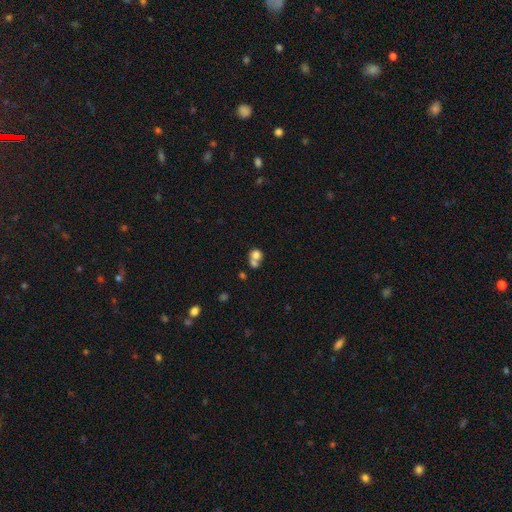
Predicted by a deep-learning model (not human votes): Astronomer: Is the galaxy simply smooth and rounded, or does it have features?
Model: smooth — 74%.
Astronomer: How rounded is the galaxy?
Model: round — 71%.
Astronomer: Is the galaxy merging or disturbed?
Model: merger — 57%.